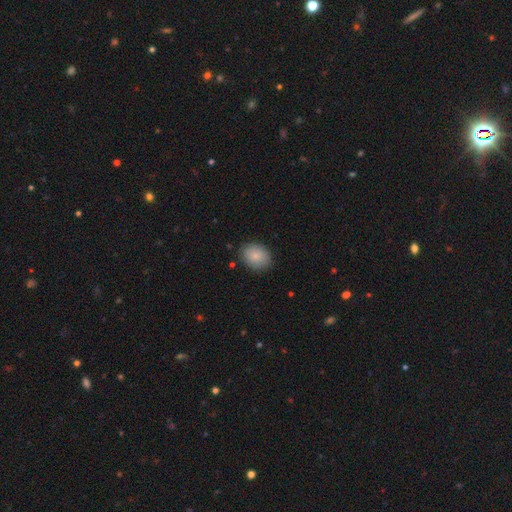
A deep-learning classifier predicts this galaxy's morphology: Q: Smooth or featured?
A: smooth (85%); runner-up: featured or disk (8%)
Q: How rounded?
A: round (51%); runner-up: in between (48%)
Q: Merging?
A: none (85%); runner-up: minor disturbance (11%)